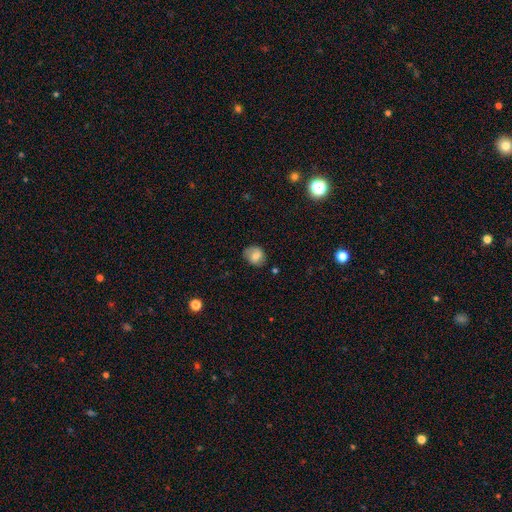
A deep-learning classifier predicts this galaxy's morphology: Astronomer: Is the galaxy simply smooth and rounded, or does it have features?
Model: smooth — 64%.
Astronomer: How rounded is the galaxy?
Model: round — 64%.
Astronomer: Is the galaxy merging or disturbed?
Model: none — 74%.